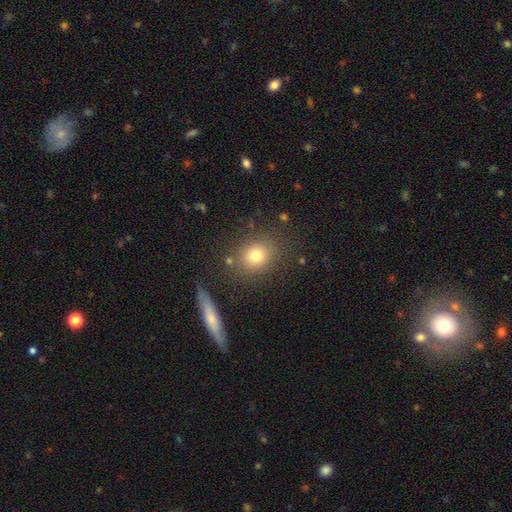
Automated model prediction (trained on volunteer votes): Morphology: type=smooth (77%); roundness=round (62%); merging=none (80%).